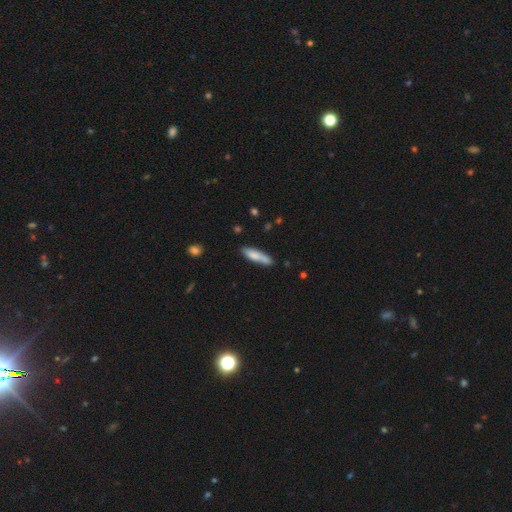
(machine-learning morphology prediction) A smooth galaxy with no disk features (79%) that is cigar-shaped (73%). Merging: none (75%).